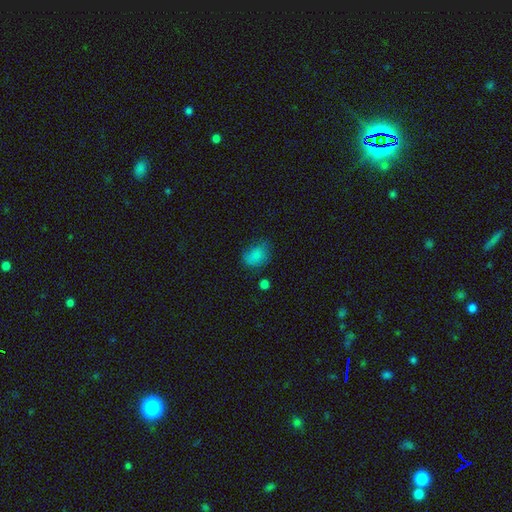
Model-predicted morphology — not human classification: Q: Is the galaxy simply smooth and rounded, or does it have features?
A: smooth — 81%.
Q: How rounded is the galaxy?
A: in between — 65%.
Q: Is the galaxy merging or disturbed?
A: none — 59%.